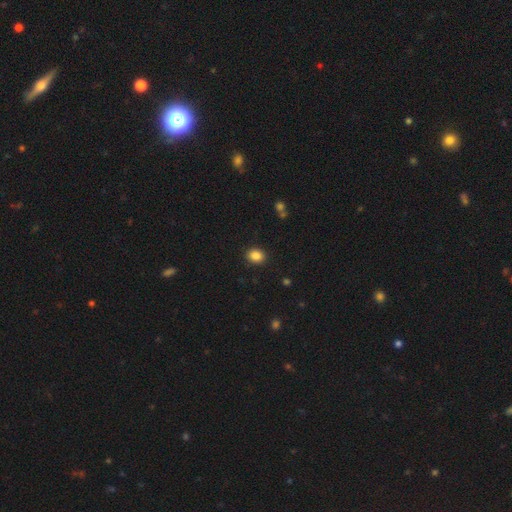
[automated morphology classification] A smooth galaxy with no disk features (87%) that is round (50%).

Vote fractions:
- Smooth or featured? smooth: 87% / star or artifact: 10% / featured or disk: 4%
- How rounded? round: 50% / in between: 49% / cigar-shaped: 1%
- Merging? none: 90% / minor disturbance: 7% / major disturbance: 2% / merger: 1%